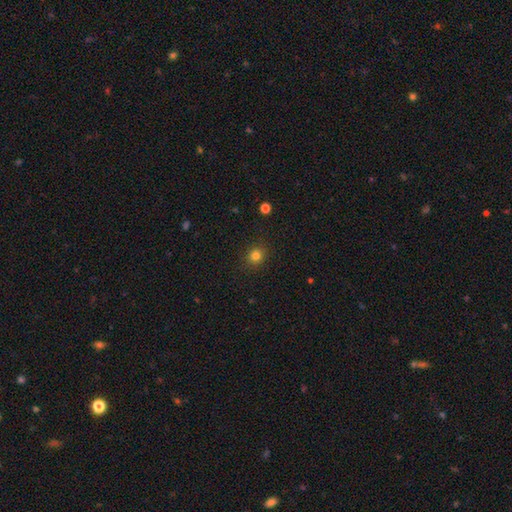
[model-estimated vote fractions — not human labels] A smooth galaxy with no disk features (80%) that is round (84%).

Vote fractions:
- Smooth or featured? smooth: 80% / star or artifact: 14% / featured or disk: 6%
- How rounded? round: 84% / in between: 15% / cigar-shaped: 1%
- Merging? none: 90% / minor disturbance: 7% / major disturbance: 2% / merger: 1%